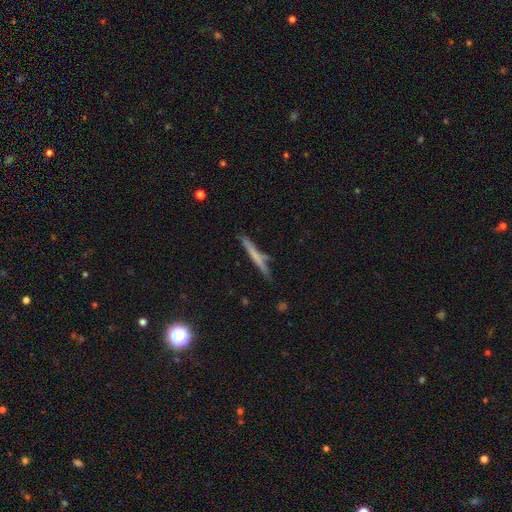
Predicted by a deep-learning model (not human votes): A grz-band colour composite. It shows a smooth galaxy with no disk features (56%) that is cigar-shaped (96%). Merging: none (81%).